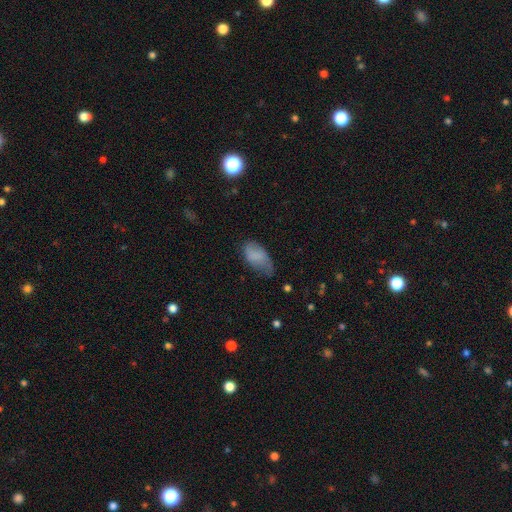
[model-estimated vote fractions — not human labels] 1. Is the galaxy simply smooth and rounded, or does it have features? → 76% smooth, 15% featured or disk, 8% star or artifact.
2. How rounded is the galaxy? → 94% in between, 3% round, 3% cigar-shaped.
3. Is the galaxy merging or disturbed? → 43% none, 40% minor disturbance, 15% major disturbance, 2% merger.